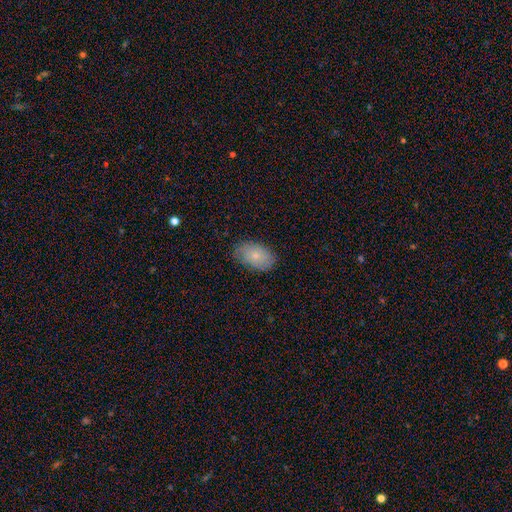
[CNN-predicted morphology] Smooth or featured? Predicted: smooth (p=0.72). How rounded? Predicted: in between (p=0.91). Merging? Predicted: none (p=0.80).